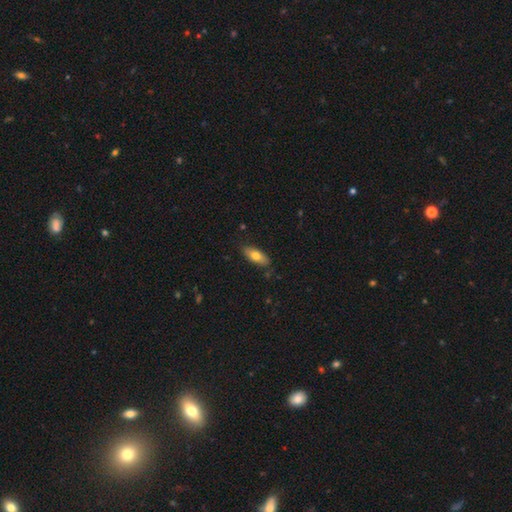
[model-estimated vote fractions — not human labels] The model was most divided on "smooth or featured": smooth: 71%, featured or disk: 23%, star or artifact: 6%. More confident: merging — none (83%); how rounded — in between (79%).